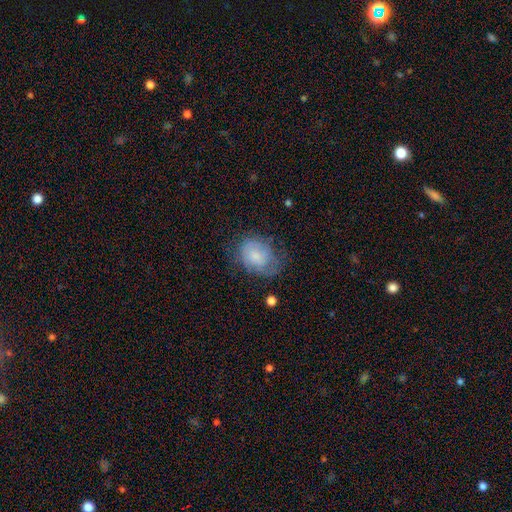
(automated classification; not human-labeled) A smooth galaxy with no disk features (61%) that is in between round and cigar-shaped (59%). Merging: none (51%).